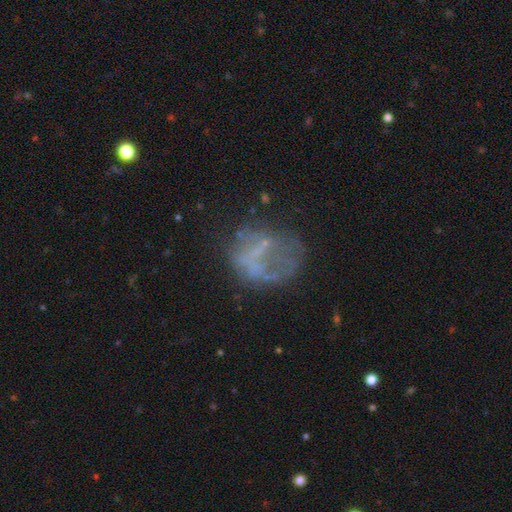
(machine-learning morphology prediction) Overall: featured or disk (48%; smooth 33%). Merging: none (46%; major disturbance 29%).